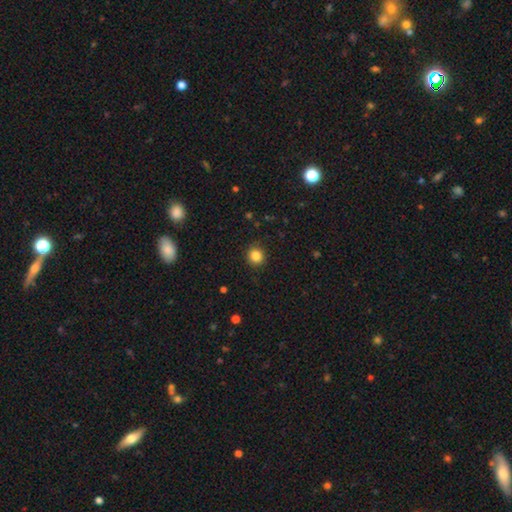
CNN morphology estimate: smooth_or_featured: smooth (p=0.85) [alt: star or artifact p=0.11]
how_rounded: round (p=0.92) [alt: in between p=0.07]
merging: none (p=0.90) [alt: minor disturbance p=0.07]